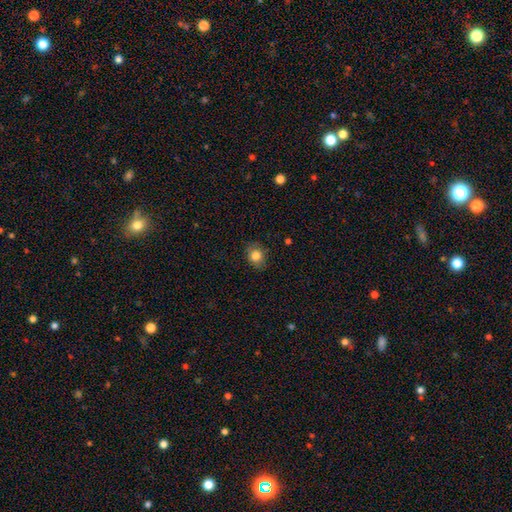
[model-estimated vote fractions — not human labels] Morphology: type=smooth (82%); roundness=round (56%); merging=none (83%).